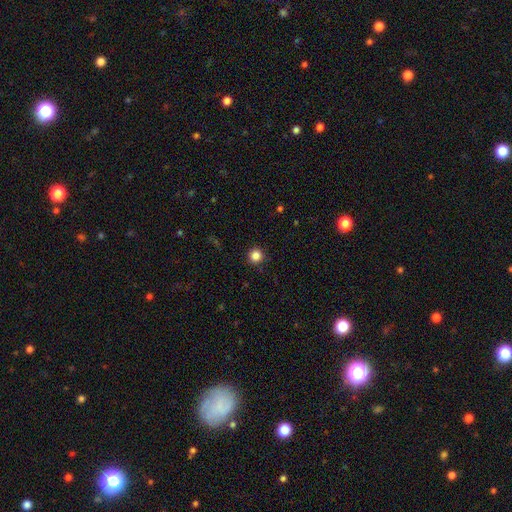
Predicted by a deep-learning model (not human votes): Smooth or featured?
  - smooth: 85% *
  - star or artifact: 12%
  - featured or disk: 4%
How rounded?
  - round: 95% *
  - in between: 4%
  - cigar-shaped: 1%
Merging?
  - none: 92% *
  - minor disturbance: 5%
  - major disturbance: 2%
  - merger: 1%